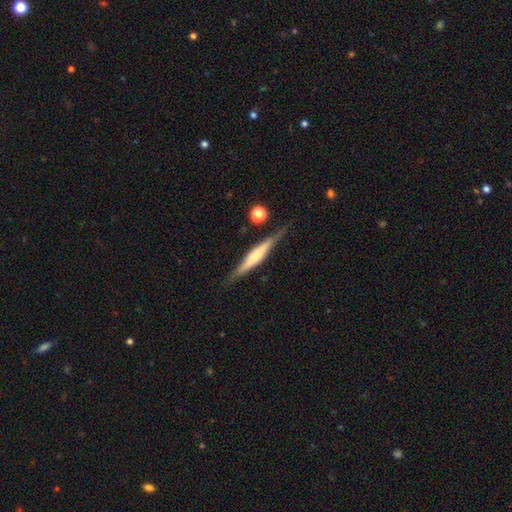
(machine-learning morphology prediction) Smooth or featured: featured or disk — 61% (smooth — 33%)
Edge-on disk: yes — 96% (no — 4%)
Edge-on bulge: rounded — 58% (boxy — 25%)
Merging: none — 82% (minor disturbance — 12%)